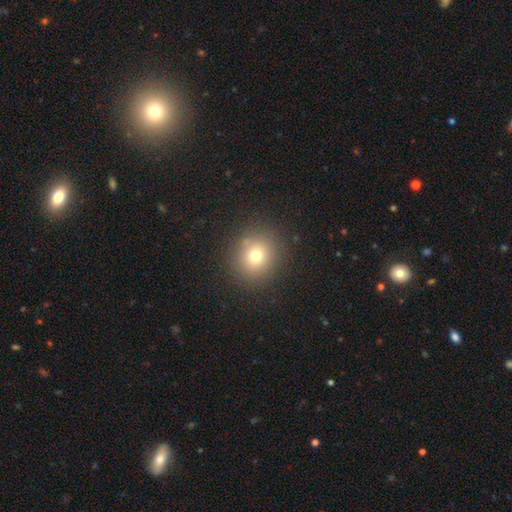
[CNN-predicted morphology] This appears to be a smooth galaxy with no disk features (73%) that is round (82%). Merging: none (87%).